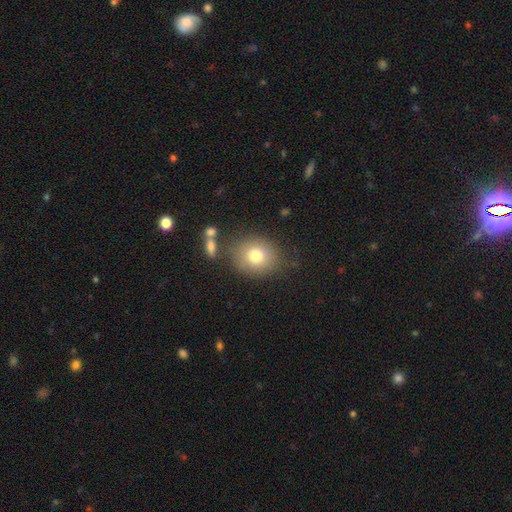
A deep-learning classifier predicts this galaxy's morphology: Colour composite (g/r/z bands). It shows a smooth galaxy with no disk features (78%) that is round (69%). Merging: none (74%).